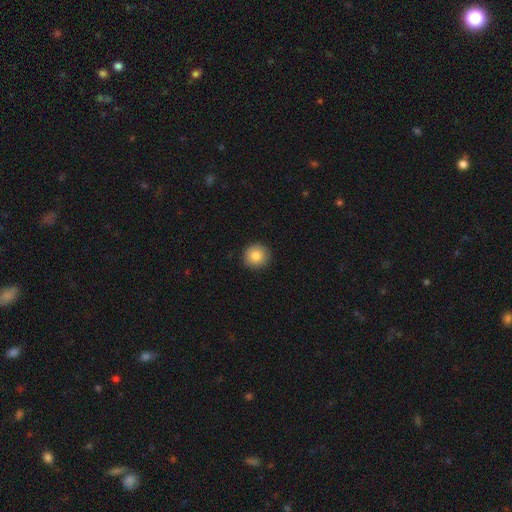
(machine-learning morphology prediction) Smooth or featured?
  - smooth: 85% *
  - star or artifact: 9%
  - featured or disk: 7%
How rounded?
  - round: 93% *
  - in between: 6%
  - cigar-shaped: 1%
Merging?
  - none: 91% *
  - minor disturbance: 6%
  - major disturbance: 2%
  - merger: 1%